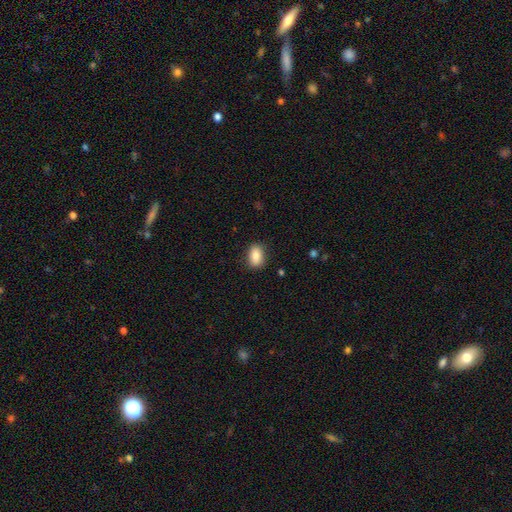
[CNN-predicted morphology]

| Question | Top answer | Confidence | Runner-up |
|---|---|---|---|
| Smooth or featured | smooth | 83% | featured or disk (9%) |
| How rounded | in between | 83% | round (14%) |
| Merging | none | 86% | minor disturbance (11%) |